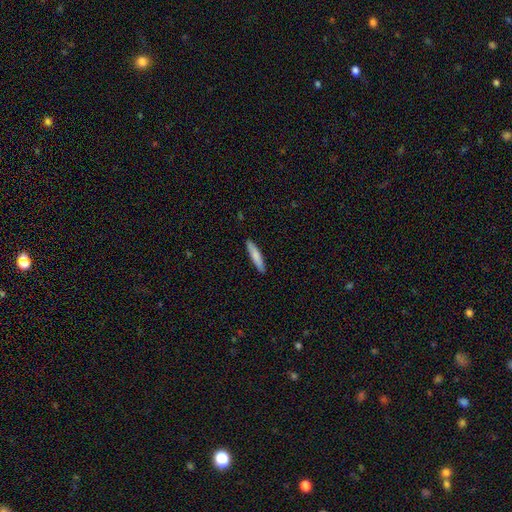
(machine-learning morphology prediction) This is likely a smooth galaxy (79%). How rounded: clearly cigar-shaped (89%). Merging: clearly none (90%).